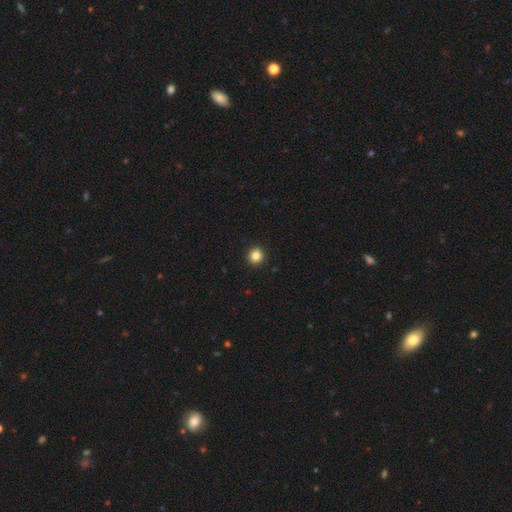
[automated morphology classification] type=smooth (85%); roundness=round (96%); merging=none (94%).